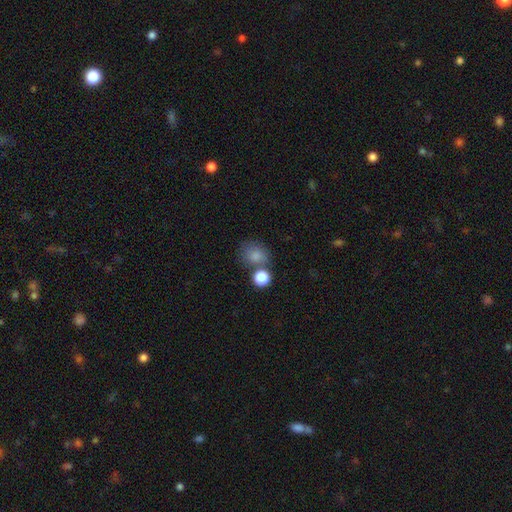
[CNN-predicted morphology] This appears to be a smooth galaxy with no disk features (82%) that is round (69%). Merging: none (56%).